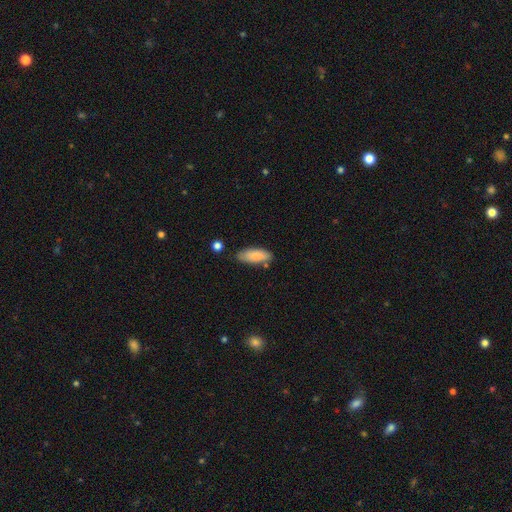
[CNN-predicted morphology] The model was most divided on "how rounded": in between: 75%, cigar-shaped: 23%, round: 2%. More confident: smooth or featured — smooth (85%); merging — none (76%).